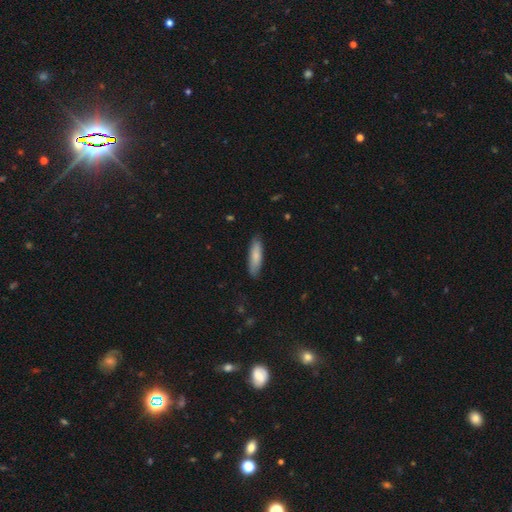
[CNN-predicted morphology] smooth 81%, featured or disk 14%, star or artifact 5%. Down the decision tree: how rounded — cigar-shaped (57%); merging — none (85%).